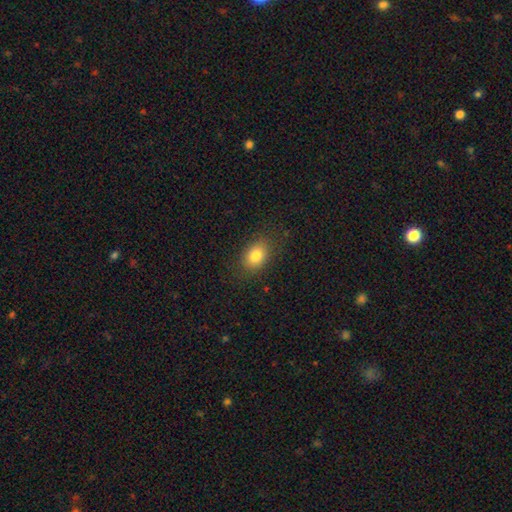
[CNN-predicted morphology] A smooth galaxy with no disk features (81%) that is in between round and cigar-shaped (72%).

Vote fractions:
- Smooth or featured? smooth: 81% / star or artifact: 10% / featured or disk: 9%
- How rounded? in between: 72% / round: 27% / cigar-shaped: 1%
- Merging? none: 84% / minor disturbance: 11% / major disturbance: 4% / merger: 1%